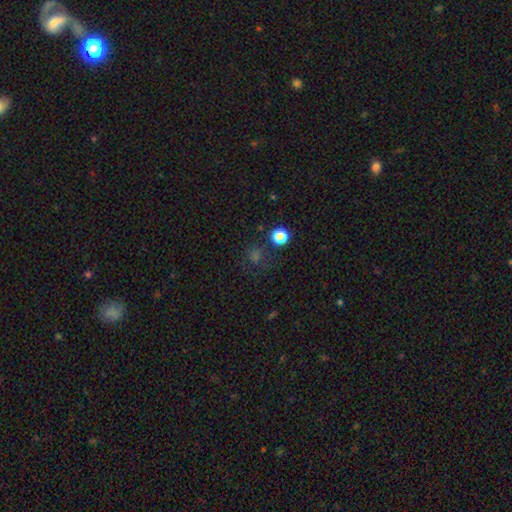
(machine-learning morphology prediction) Smooth or featured?
  - smooth: 50% *
  - star or artifact: 41%
  - featured or disk: 9%
Merging?
  - none: 71% *
  - minor disturbance: 13%
  - major disturbance: 10%
  - merger: 6%